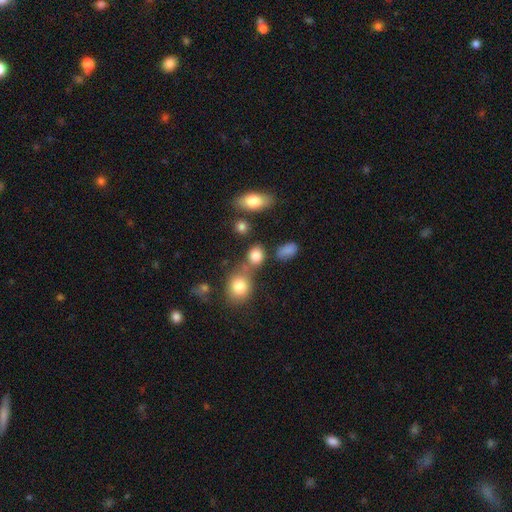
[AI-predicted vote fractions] This appears to be a smooth galaxy with no disk features (81%) that is round (63%). Merging: none (61%).